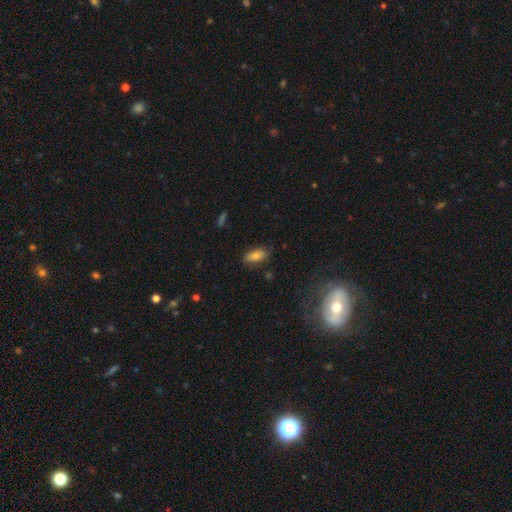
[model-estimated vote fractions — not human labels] smooth 72%, featured or disk 18%, star or artifact 10%. Down the decision tree: how rounded — in between (83%); merging — none (77%).